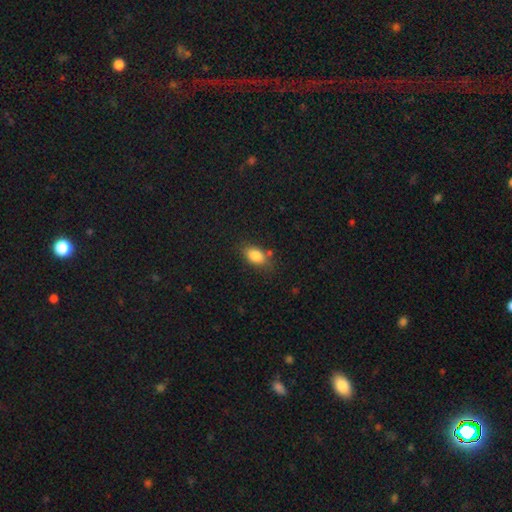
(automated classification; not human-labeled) smooth-or-featured: smooth: 85% | star or artifact: 8% | featured or disk: 6%
  how-rounded: in between: 87% | round: 11% | cigar-shaped: 2%
  merging: none: 73% | minor disturbance: 18% | major disturbance: 5% | merger: 5%